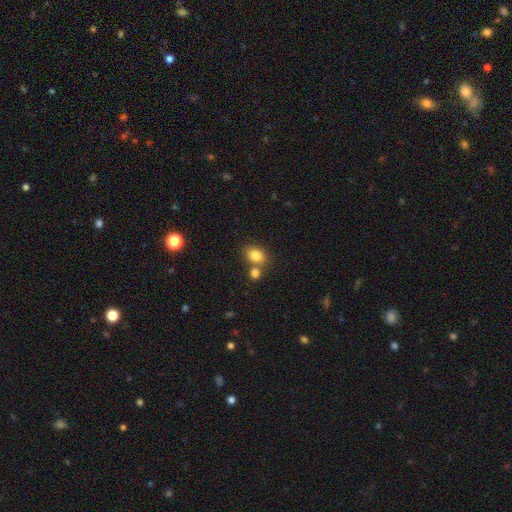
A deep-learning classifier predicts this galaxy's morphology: A smooth galaxy with no disk features (82%) that is in between round and cigar-shaped (61%).

Vote fractions:
- Smooth or featured? smooth: 82% / star or artifact: 10% / featured or disk: 8%
- How rounded? in between: 61% / round: 37% / cigar-shaped: 1%
- Merging? none: 58% / merger: 28% / minor disturbance: 11% / major disturbance: 3%